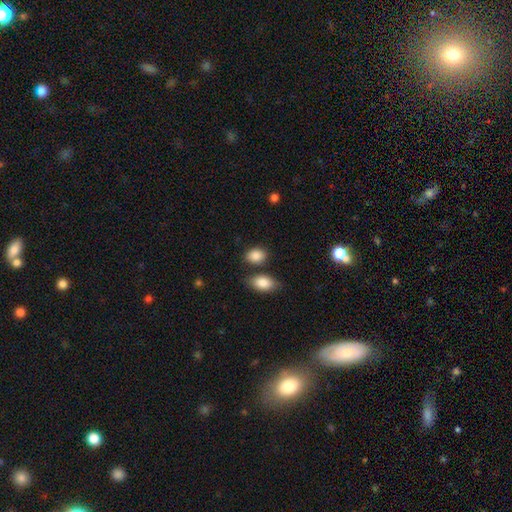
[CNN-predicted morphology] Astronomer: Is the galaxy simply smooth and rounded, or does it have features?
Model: smooth — 87%.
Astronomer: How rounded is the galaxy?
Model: in between — 74%.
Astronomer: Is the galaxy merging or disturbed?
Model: none — 73%.